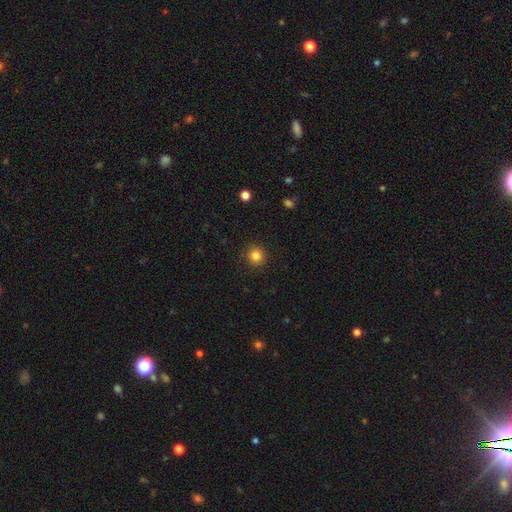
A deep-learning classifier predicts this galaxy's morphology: A smooth galaxy with no disk features (85%) that is round (92%). Merging: none (90%).